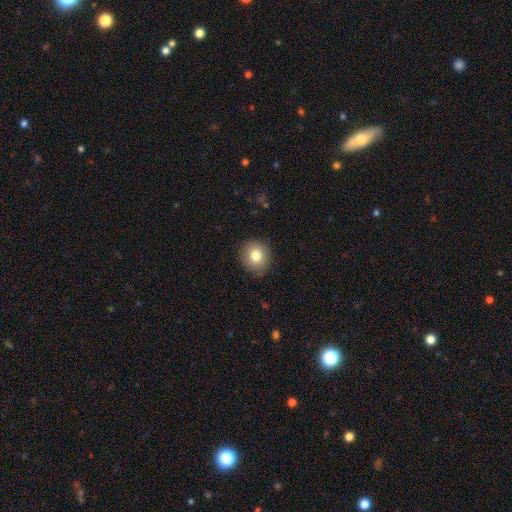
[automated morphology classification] Smooth or featured? Predicted: smooth (p=0.80). How rounded? Predicted: round (p=0.86). Merging? Predicted: none (p=0.87).